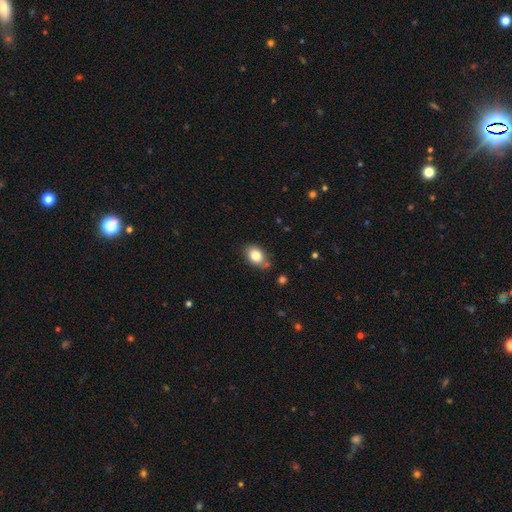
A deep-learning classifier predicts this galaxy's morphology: smooth-or-featured: smooth: 82% | featured or disk: 9% | star or artifact: 9%
  how-rounded: in between: 72% | round: 27% | cigar-shaped: 1%
  merging: none: 73% | minor disturbance: 18% | merger: 5% | major disturbance: 4%